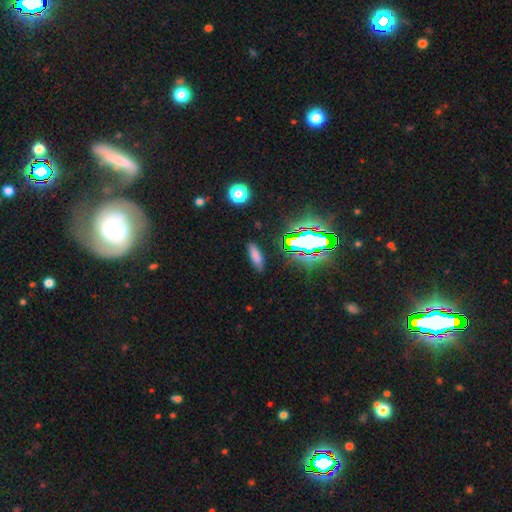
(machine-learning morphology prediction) smooth_or_featured: smooth (p=0.72) [alt: star or artifact p=0.20]
how_rounded: in between (p=0.56) [alt: cigar-shaped p=0.40]
merging: none (p=0.86) [alt: minor disturbance p=0.10]